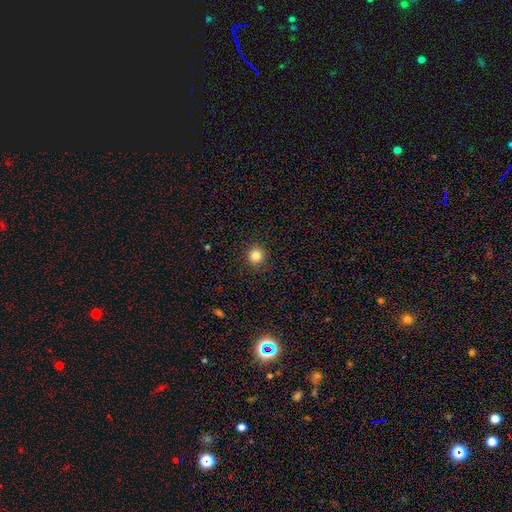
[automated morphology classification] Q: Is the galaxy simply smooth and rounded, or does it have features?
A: smooth — 84%.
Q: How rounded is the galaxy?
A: round — 95%.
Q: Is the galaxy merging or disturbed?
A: none — 92%.